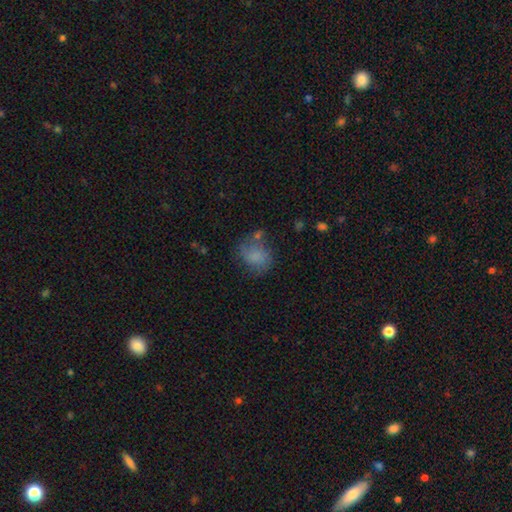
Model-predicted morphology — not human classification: Overall: smooth (70%). How rounded: round (57%; in between 42%). Merging: none (55%; minor disturbance 25%).